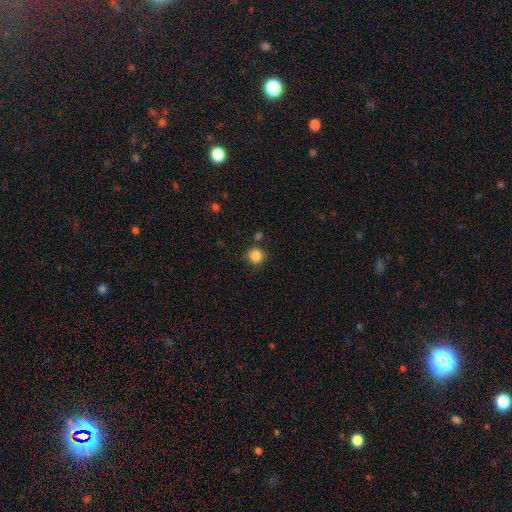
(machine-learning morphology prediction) A smooth galaxy with no disk features (86%) that is round (94%). Merging: none (83%).